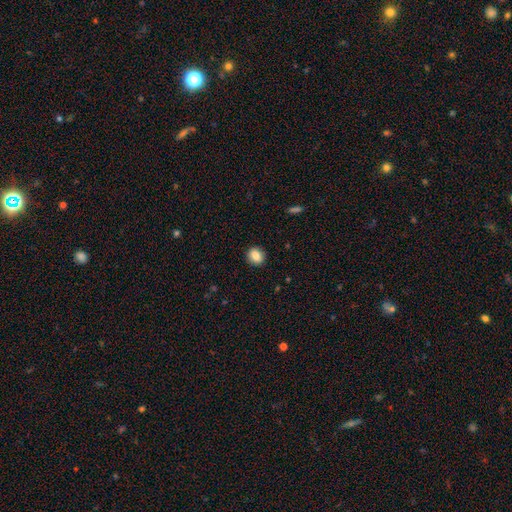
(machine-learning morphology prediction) Smooth or featured: smooth — 83% (star or artifact — 9%)
How rounded: round — 71% (in between — 28%)
Merging: none — 91% (minor disturbance — 7%)